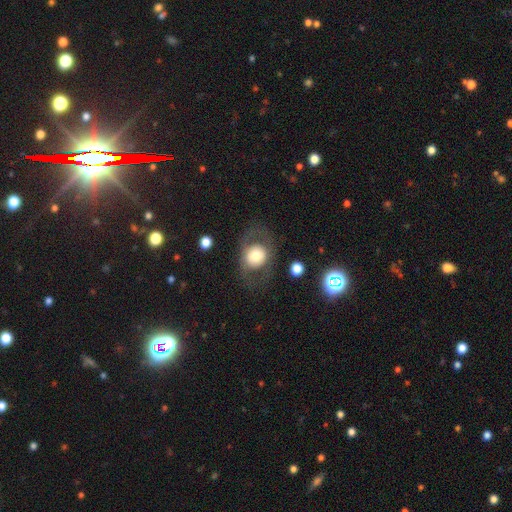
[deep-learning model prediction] This appears to be a smooth galaxy with no disk features (57%) that is round (61%). Merging: none (68%).